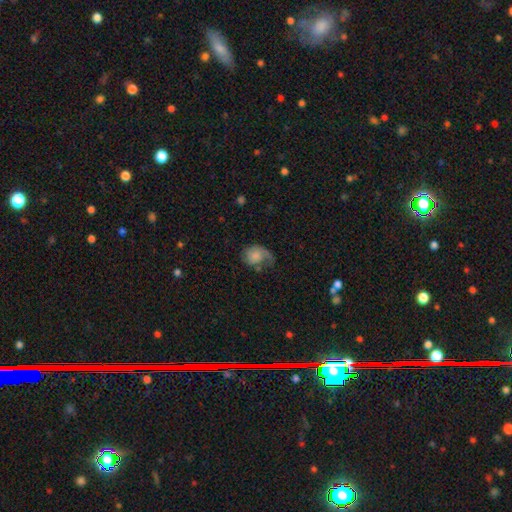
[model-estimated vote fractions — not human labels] Smooth or featured? smooth (50%)
Merging? major disturbance (36%)